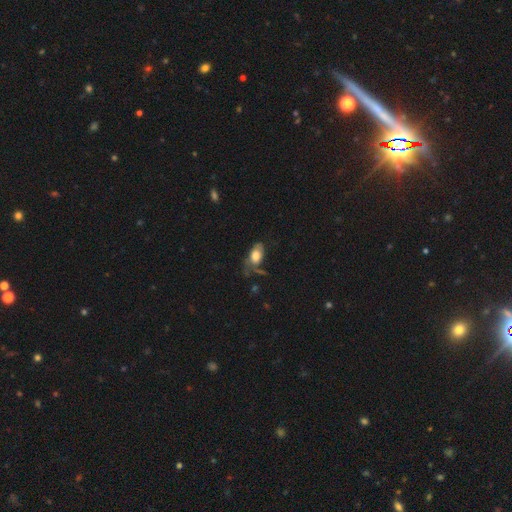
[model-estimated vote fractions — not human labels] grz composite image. It shows a smooth galaxy with no disk features (65%) that is in between round and cigar-shaped (90%). Merging: none (35%).